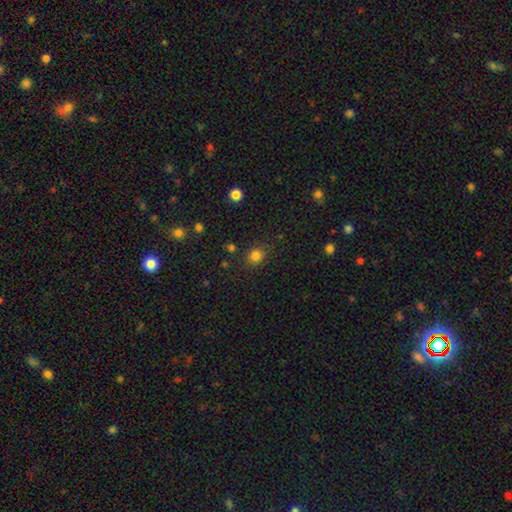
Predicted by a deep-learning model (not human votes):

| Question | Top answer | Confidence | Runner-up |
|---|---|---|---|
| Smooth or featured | smooth | 81% | star or artifact (14%) |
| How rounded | round | 78% | in between (21%) |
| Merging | none | 84% | minor disturbance (10%) |